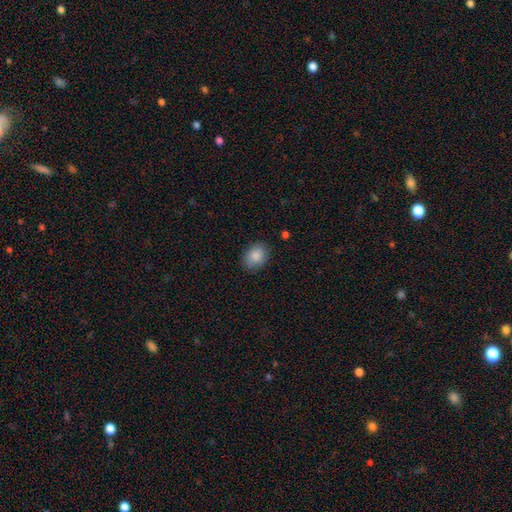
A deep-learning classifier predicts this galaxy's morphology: type=smooth (86%); roundness=in between (63%); merging=none (85%).